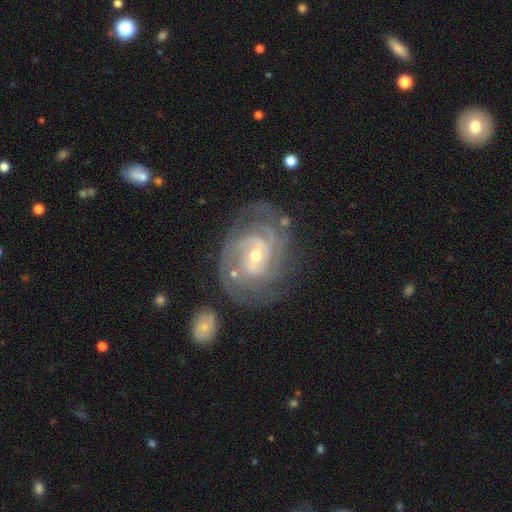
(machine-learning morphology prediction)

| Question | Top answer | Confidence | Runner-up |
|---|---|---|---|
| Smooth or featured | featured or disk | 89% | smooth (6%) |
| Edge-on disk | no | 97% | yes (3%) |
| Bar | weak | 43% | no (42%) |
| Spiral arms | yes | 97% | no (3%) |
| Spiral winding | tight | 66% | medium (29%) |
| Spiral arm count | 2 | 29% | 3 (28%) |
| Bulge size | small | 50% | moderate (46%) |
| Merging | none | 67% | minor disturbance (19%) |